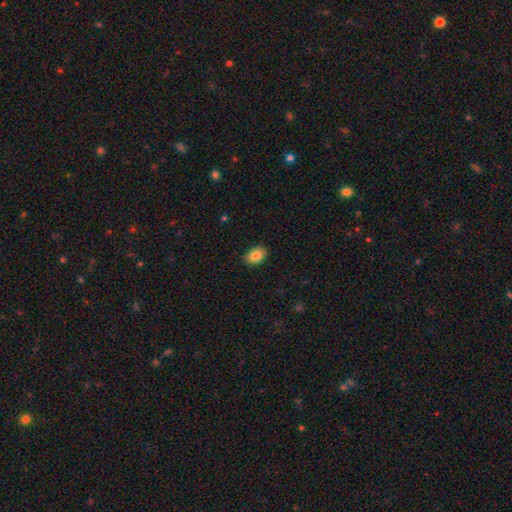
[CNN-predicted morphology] The model was most divided on "how rounded": in between: 80%, round: 19%, cigar-shaped: 1%. More confident: merging — none (88%); smooth or featured — smooth (85%).